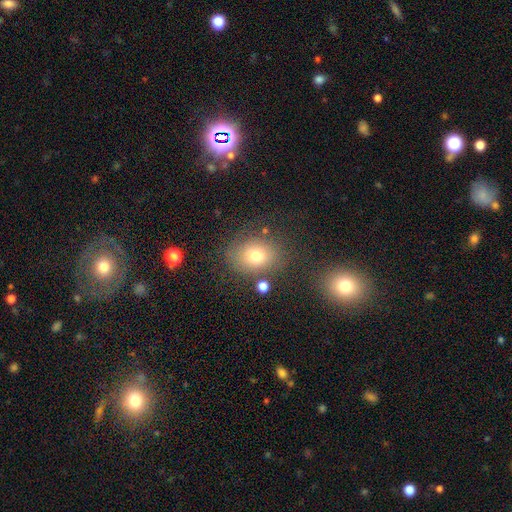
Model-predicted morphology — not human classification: Q: Smooth or featured?
A: smooth (73%); runner-up: star or artifact (14%)
Q: How rounded?
A: in between (50%); runner-up: round (49%)
Q: Merging?
A: none (75%); runner-up: minor disturbance (14%)